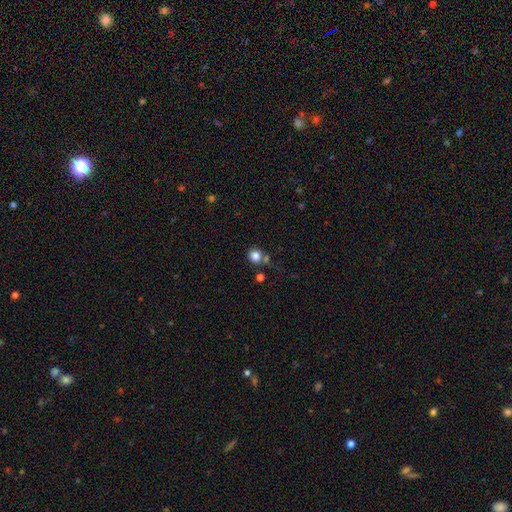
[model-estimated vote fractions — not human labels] The model was most divided on "merging": none: 65%, merger: 19%, minor disturbance: 12%, major disturbance: 5%. More confident: how rounded — round (88%); smooth or featured — smooth (82%).